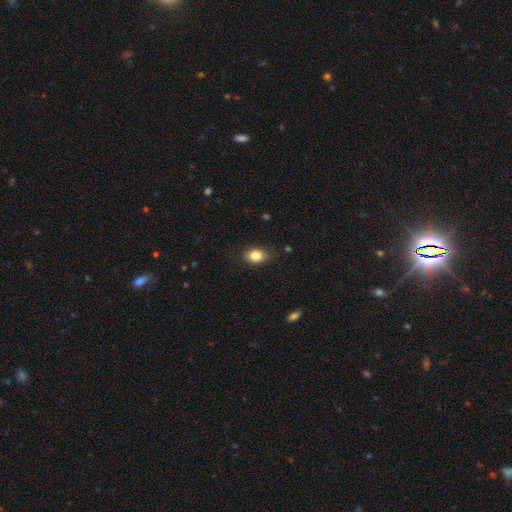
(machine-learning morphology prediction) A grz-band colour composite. It shows a smooth galaxy with no disk features (84%) that is in between round and cigar-shaped (71%). Merging: none (84%).